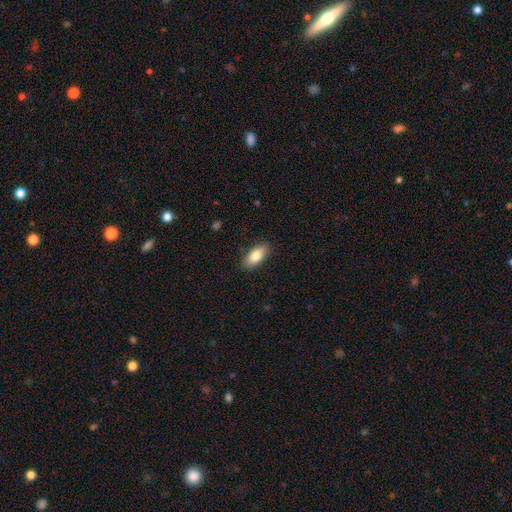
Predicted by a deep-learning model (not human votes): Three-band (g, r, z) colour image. It shows a smooth galaxy with no disk features (83%) that is in between round and cigar-shaped (88%). Merging: none (87%).